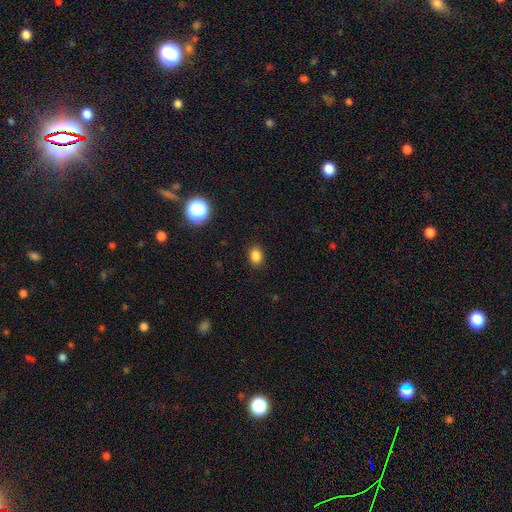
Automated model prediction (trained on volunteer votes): Morphology: type=smooth (84%); roundness=in between (66%); merging=none (89%).